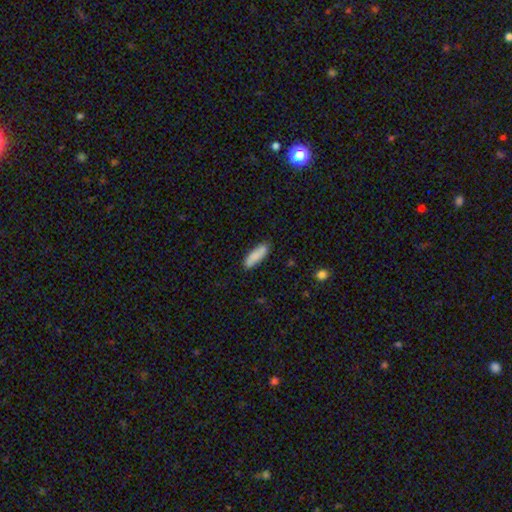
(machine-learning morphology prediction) Smooth or featured?
  - smooth: 84% *
  - featured or disk: 10%
  - star or artifact: 6%
How rounded?
  - cigar-shaped: 53% *
  - in between: 45%
  - round: 2%
Merging?
  - none: 84% *
  - minor disturbance: 12%
  - major disturbance: 2%
  - merger: 2%